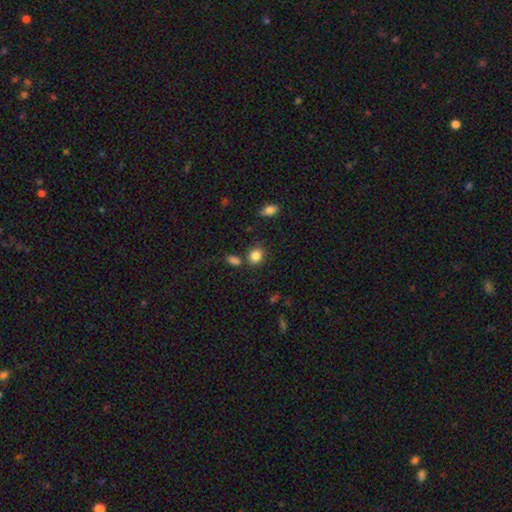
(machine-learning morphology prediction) Smooth or featured: smooth — 85% (star or artifact — 10%)
How rounded: round — 62% (in between — 37%)
Merging: none — 73% (minor disturbance — 14%)